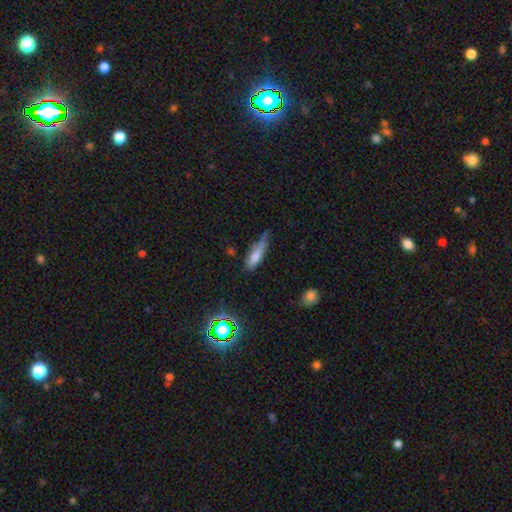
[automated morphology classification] type=smooth (73%); roundness=cigar-shaped (58%); merging=minor disturbance (40%).